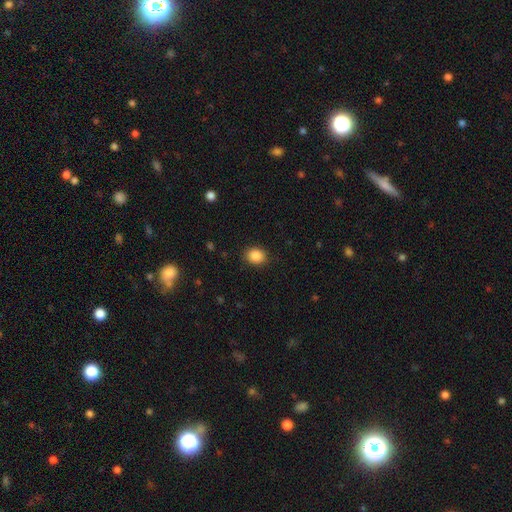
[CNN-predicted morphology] A smooth galaxy with no disk features (88%) that is round (61%).

Vote fractions:
- Smooth or featured? smooth: 88% / star or artifact: 9% / featured or disk: 3%
- How rounded? round: 61% / in between: 38% / cigar-shaped: 1%
- Merging? none: 88% / minor disturbance: 8% / major disturbance: 2% / merger: 1%